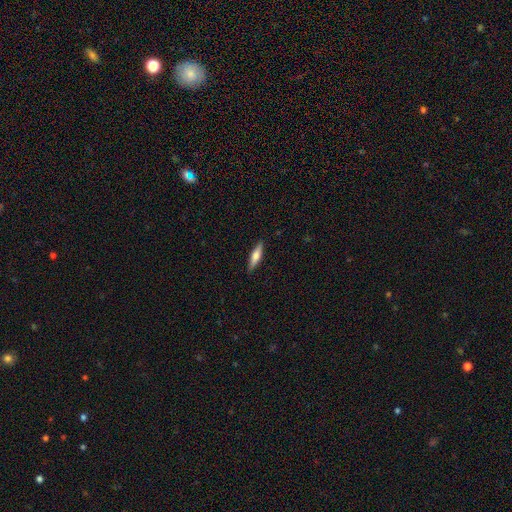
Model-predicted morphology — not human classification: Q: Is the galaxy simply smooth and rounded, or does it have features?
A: smooth — 58%.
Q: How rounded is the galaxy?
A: cigar-shaped — 73%.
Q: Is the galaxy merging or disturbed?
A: none — 90%.